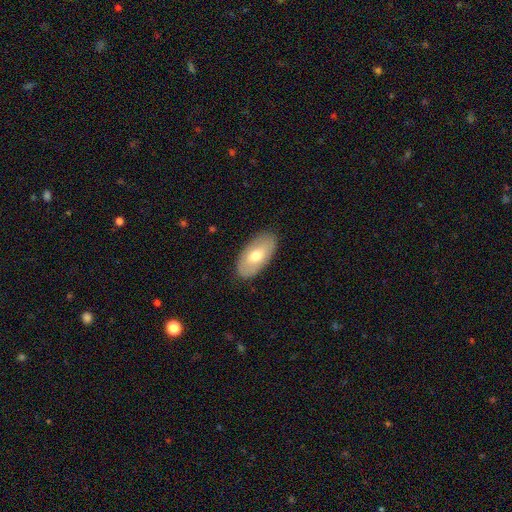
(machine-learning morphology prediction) Overall: smooth (63%; featured or disk 31%). How rounded: in between (94%). Merging: none (86%).